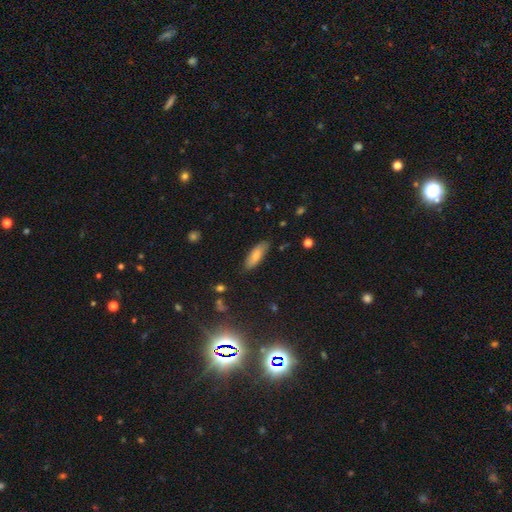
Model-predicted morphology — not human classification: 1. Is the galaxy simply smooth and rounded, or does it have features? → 77% smooth, 16% featured or disk, 7% star or artifact.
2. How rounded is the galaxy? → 58% in between, 40% cigar-shaped, 2% round.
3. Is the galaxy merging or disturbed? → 82% none, 14% minor disturbance, 3% major disturbance, 2% merger.